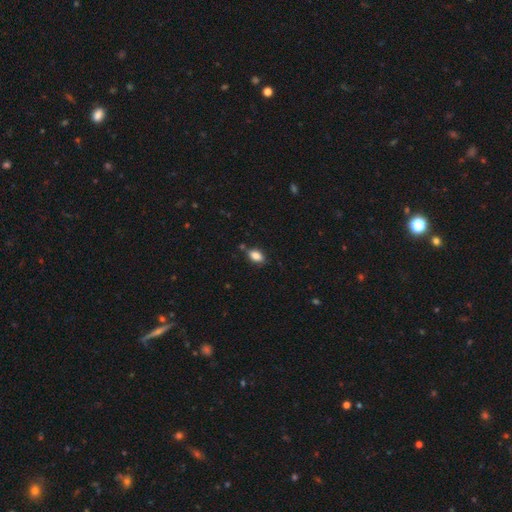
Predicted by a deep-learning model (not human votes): Smooth or featured? smooth (84%)
How rounded? in between (89%)
Merging? none (77%)